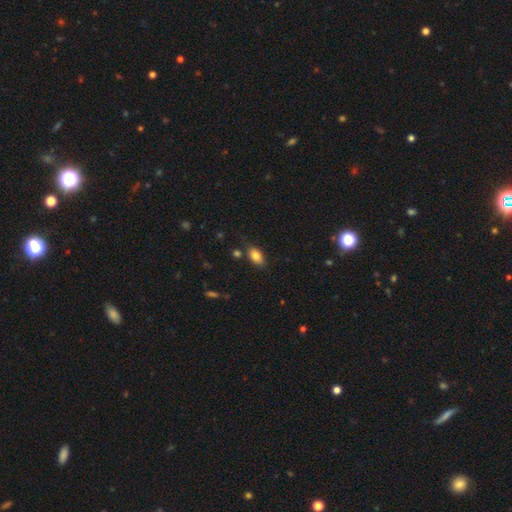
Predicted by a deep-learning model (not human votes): A smooth galaxy with no disk features (83%) that is in between round and cigar-shaped (90%). Merging: none (77%).